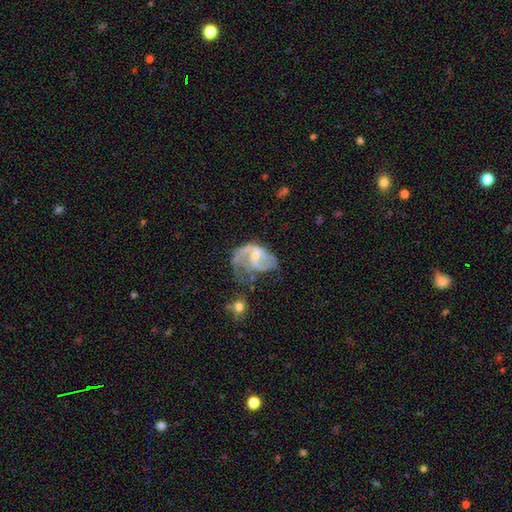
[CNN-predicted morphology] A featured or disk galaxy (76%) with a weak bar (48%), 2 (57%) medium (43%) spiral arms (79%) and a small central bulge (51%).

Vote fractions:
- Smooth or featured? featured or disk: 76% / smooth: 17% / star or artifact: 7%
- Edge-on disk? no: 98% / yes: 2%
- Bar? weak: 48% / no: 41% / strong: 12%
- Spiral arms? yes: 79% / no: 21%
- Spiral winding? medium: 43% / loose: 42% / tight: 15%
- Spiral arm count? 2: 57% / can't tell: 17% / 1: 16% / 3: 6% / 4: 2% / more than 4: 2%
- Bulge size? small: 51% / moderate: 31% / none: 15% / large: 2% / dominant: 1%
- Merging? major disturbance: 43% / none: 25% / minor disturbance: 22% / merger: 10%